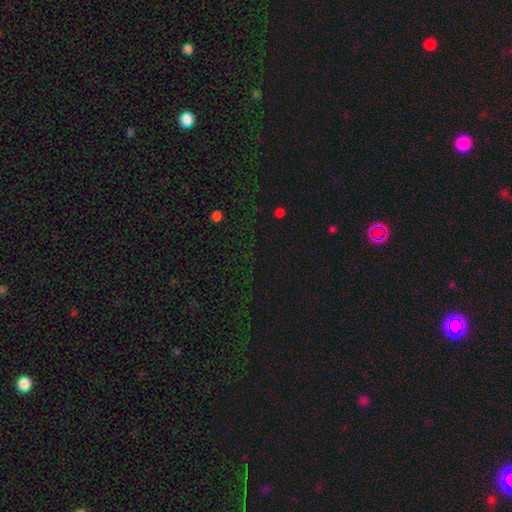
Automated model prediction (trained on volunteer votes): This is likely a star or artifact rather than a galaxy (72%).